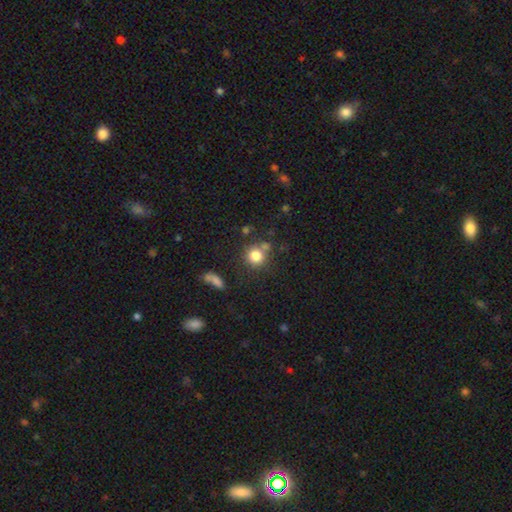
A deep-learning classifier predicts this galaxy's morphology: A smooth galaxy with no disk features (81%) that is round (89%). Merging: none (68%).